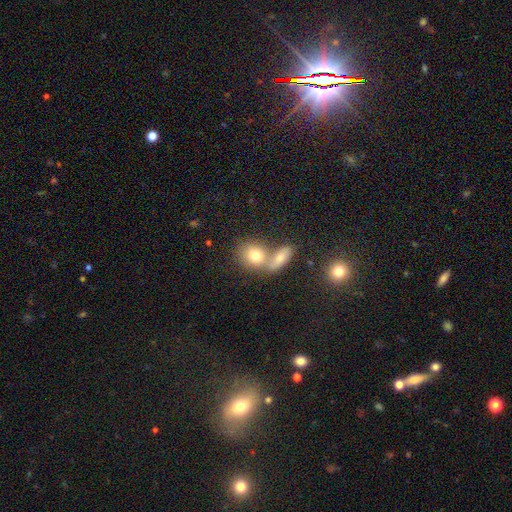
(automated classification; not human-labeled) Q: Smooth or featured?
A: smooth (75%); runner-up: featured or disk (16%)
Q: How rounded?
A: round (51%); runner-up: in between (46%)
Q: Merging?
A: merger (56%); runner-up: none (33%)